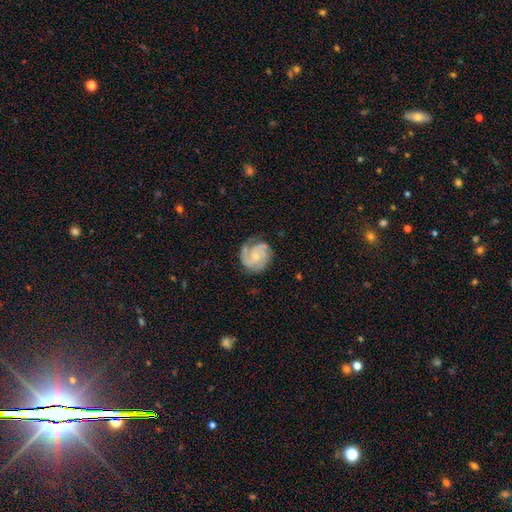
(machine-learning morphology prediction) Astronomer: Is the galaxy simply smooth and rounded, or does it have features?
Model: featured or disk — 85%.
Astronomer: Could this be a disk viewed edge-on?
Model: no — 98%.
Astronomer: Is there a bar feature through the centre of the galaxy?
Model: no — 71%.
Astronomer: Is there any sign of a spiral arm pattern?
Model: yes — 97%.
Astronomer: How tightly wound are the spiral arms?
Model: tight — 56% (runner-up: medium, 37%).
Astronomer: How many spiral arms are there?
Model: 3 — 41% (runner-up: 2, 35%).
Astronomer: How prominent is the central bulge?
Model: small — 63%.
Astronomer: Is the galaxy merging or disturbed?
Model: none — 74%.